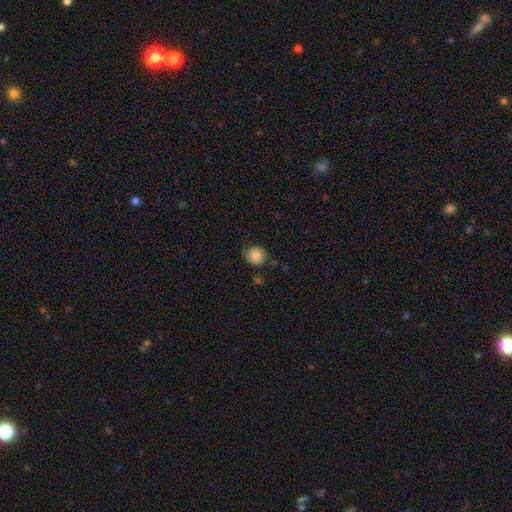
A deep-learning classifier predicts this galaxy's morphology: This is clearly a smooth galaxy (81%). How rounded: clearly round (89%). Merging: likely none (72%).